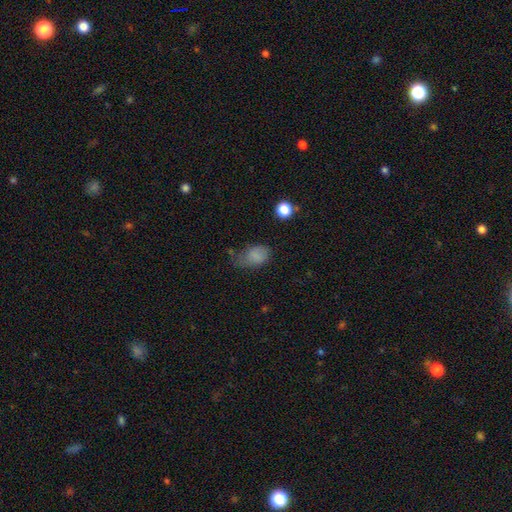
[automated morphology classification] The model was most divided on "merging": none: 40%, minor disturbance: 37%, major disturbance: 20%, merger: 4%. More confident: how rounded — in between (85%); smooth or featured — smooth (77%).